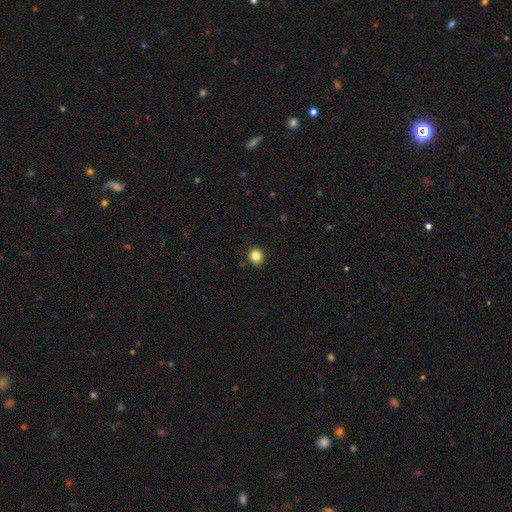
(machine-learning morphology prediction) The model was most divided on "how rounded": round: 82%, in between: 17%, cigar-shaped: 1%. More confident: merging — none (90%); smooth or featured — smooth (83%).